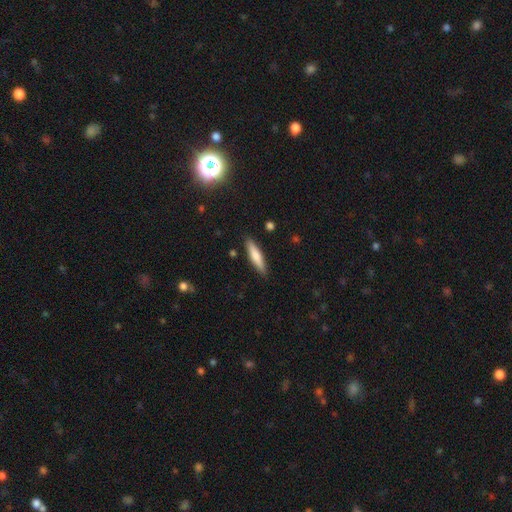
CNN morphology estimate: smooth-or-featured: smooth: 70% | featured or disk: 25% | star or artifact: 6%
  how-rounded: cigar-shaped: 80% | in between: 18% | round: 1%
  merging: none: 88% | minor disturbance: 8% | major disturbance: 2% | merger: 2%